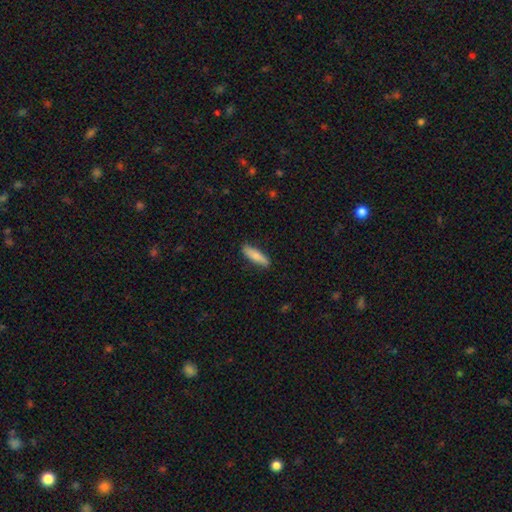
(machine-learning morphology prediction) Q: Smooth or featured?
A: smooth (80%); runner-up: featured or disk (15%)
Q: How rounded?
A: cigar-shaped (72%); runner-up: in between (26%)
Q: Merging?
A: none (87%); runner-up: minor disturbance (10%)